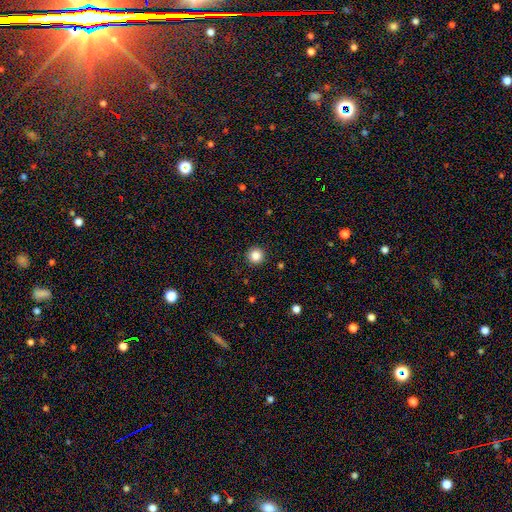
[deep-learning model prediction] smooth 85%, star or artifact 11%, featured or disk 4%. Down the decision tree: how rounded — round (96%); merging — none (93%).